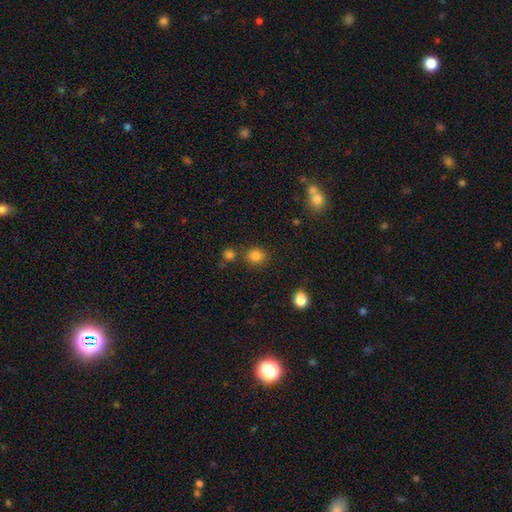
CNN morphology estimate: A smooth galaxy with no disk features (83%) that is round (77%).

Vote fractions:
- Smooth or featured? smooth: 83% / star or artifact: 13% / featured or disk: 4%
- How rounded? round: 77% / in between: 22% / cigar-shaped: 1%
- Merging? none: 77% / minor disturbance: 10% / merger: 10% / major disturbance: 3%